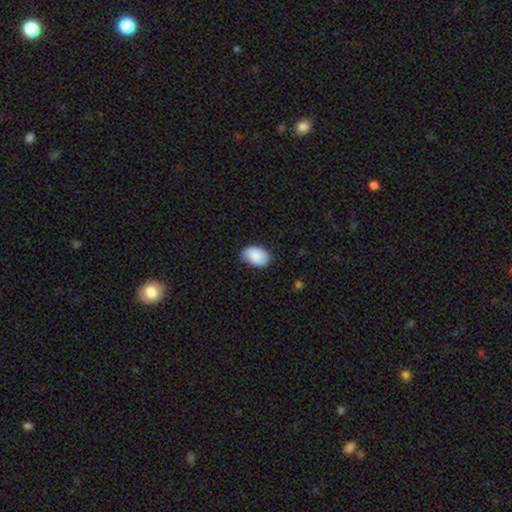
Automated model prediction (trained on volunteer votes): Morphology: type=smooth (88%); roundness=in between (85%); merging=none (64%).